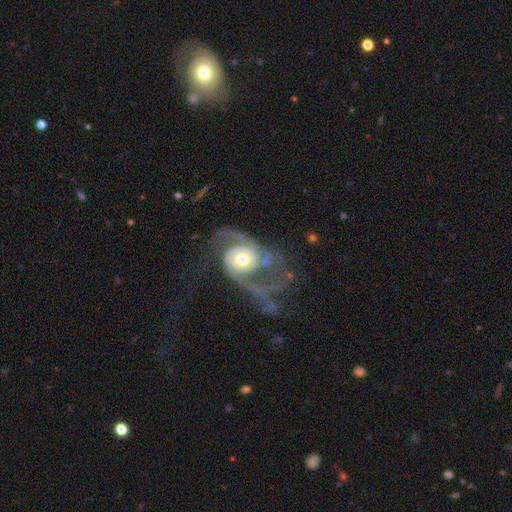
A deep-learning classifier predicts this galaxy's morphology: This appears to be a featured or disk galaxy (85%) with no bar (63%), 2 (58%) medium (44%) spiral arms (92%) and a moderate central bulge (63%). Merging: major disturbance (44%).